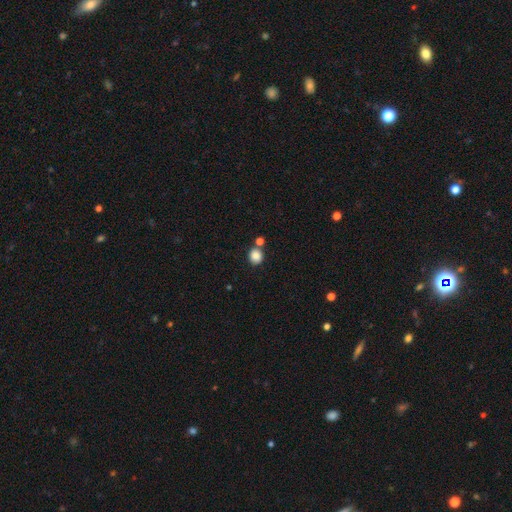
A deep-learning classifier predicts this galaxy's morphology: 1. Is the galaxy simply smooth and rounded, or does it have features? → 86% smooth, 10% star or artifact, 4% featured or disk.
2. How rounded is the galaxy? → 83% round, 16% in between, 1% cigar-shaped.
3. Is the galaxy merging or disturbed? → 69% none, 19% merger, 9% minor disturbance, 3% major disturbance.